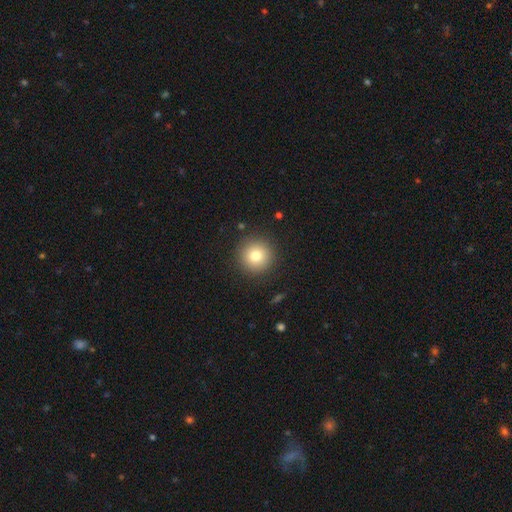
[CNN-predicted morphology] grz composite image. It shows a smooth galaxy with no disk features (79%) that is round (96%). Merging: none (91%).